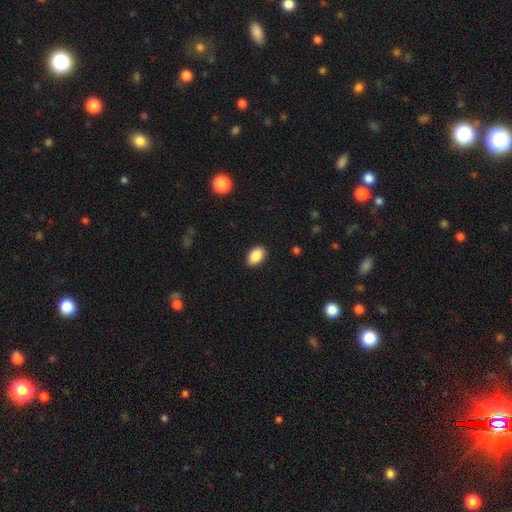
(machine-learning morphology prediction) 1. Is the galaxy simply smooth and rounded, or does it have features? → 88% smooth, 7% star or artifact, 4% featured or disk.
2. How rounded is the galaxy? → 87% in between, 12% round, 1% cigar-shaped.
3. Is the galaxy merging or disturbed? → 89% none, 8% minor disturbance, 2% major disturbance, 1% merger.